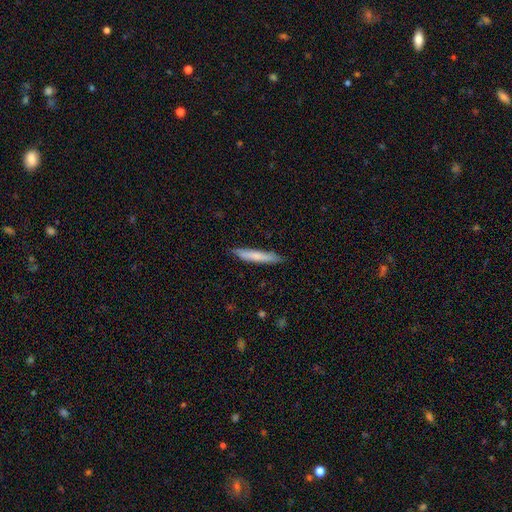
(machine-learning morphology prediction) smooth-or-featured: smooth: 72% | featured or disk: 23% | star or artifact: 6%
  how-rounded: cigar-shaped: 93% | in between: 6% | round: 1%
  merging: none: 86% | minor disturbance: 11% | major disturbance: 2% | merger: 1%